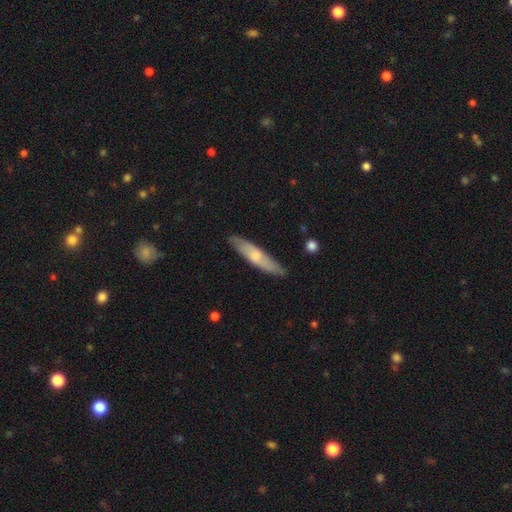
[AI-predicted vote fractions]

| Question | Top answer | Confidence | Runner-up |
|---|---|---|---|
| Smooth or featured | smooth | 57% | featured or disk (38%) |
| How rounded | cigar-shaped | 83% | in between (16%) |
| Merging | none | 84% | minor disturbance (13%) |